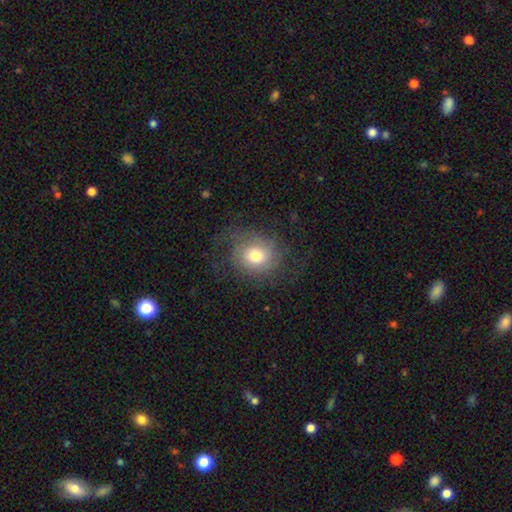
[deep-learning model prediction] smooth_or_featured: featured or disk (p=0.48) [alt: smooth p=0.42]
merging: none (p=0.62) [alt: major disturbance p=0.19]